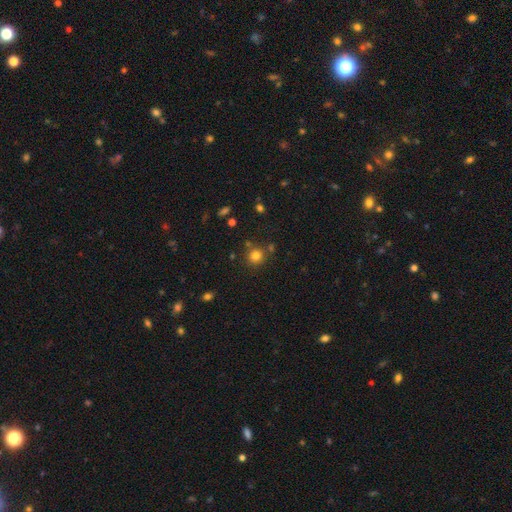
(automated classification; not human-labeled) A smooth galaxy with no disk features (79%) that is round (91%).

Vote fractions:
- Smooth or featured? smooth: 79% / star or artifact: 14% / featured or disk: 6%
- How rounded? round: 91% / in between: 8% / cigar-shaped: 1%
- Merging? none: 79% / minor disturbance: 9% / merger: 9% / major disturbance: 3%